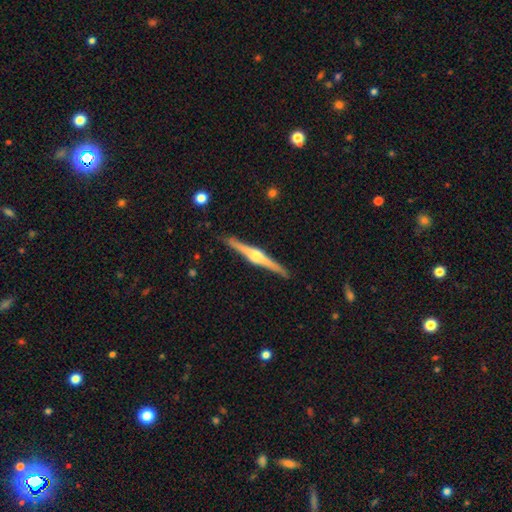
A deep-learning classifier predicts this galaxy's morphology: featured or disk 82%, smooth 13%, star or artifact 5%. Down the decision tree: edge-on disk — yes (98%); edge-on bulge — rounded (93%); merging — none (90%).